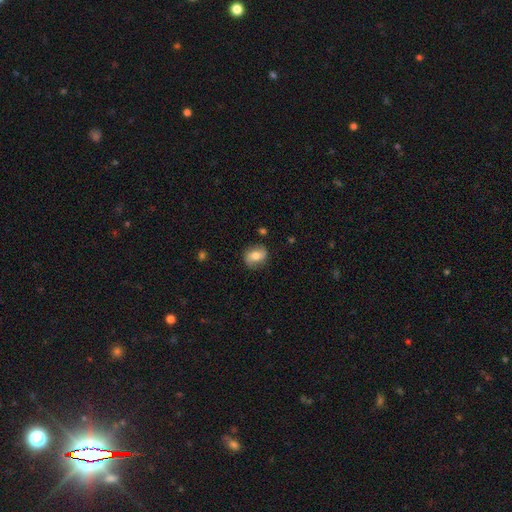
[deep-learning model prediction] Overall: smooth (59%; featured or disk 33%). How rounded: round (52%; in between 46%). Merging: none (80%).